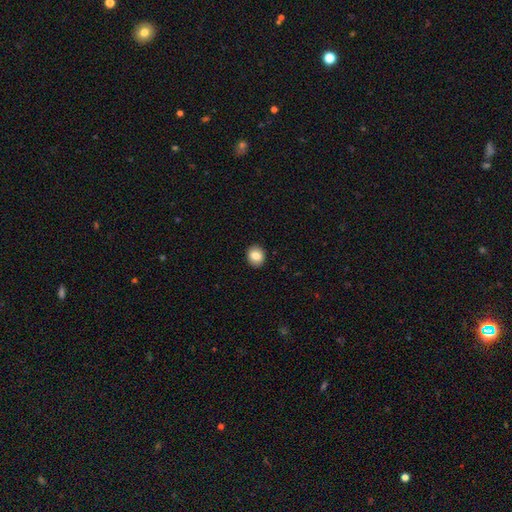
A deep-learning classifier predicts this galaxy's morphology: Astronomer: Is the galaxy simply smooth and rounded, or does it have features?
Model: smooth — 84%.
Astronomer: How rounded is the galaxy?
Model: round — 68%.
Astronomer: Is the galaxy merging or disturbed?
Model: none — 92%.